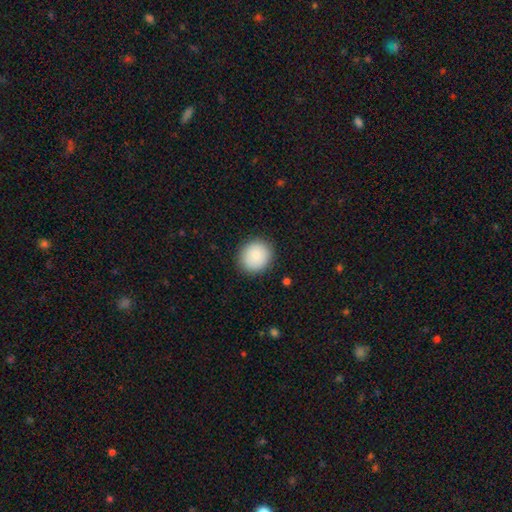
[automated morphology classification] Overall: smooth (87%). How rounded: round (81%). Merging: none (88%).